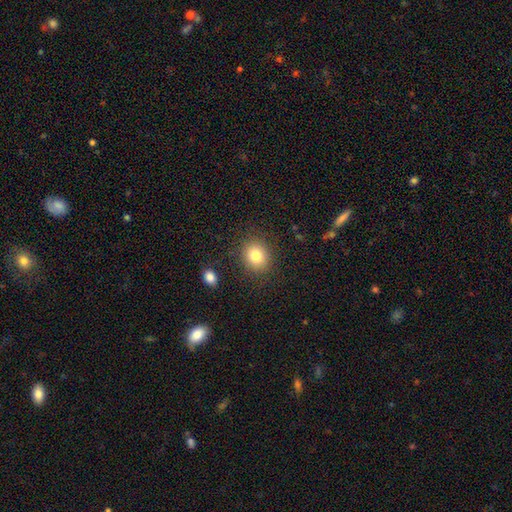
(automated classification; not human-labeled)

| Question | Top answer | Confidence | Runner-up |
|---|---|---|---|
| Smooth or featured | smooth | 81% | star or artifact (11%) |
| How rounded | round | 71% | in between (28%) |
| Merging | none | 87% | minor disturbance (8%) |